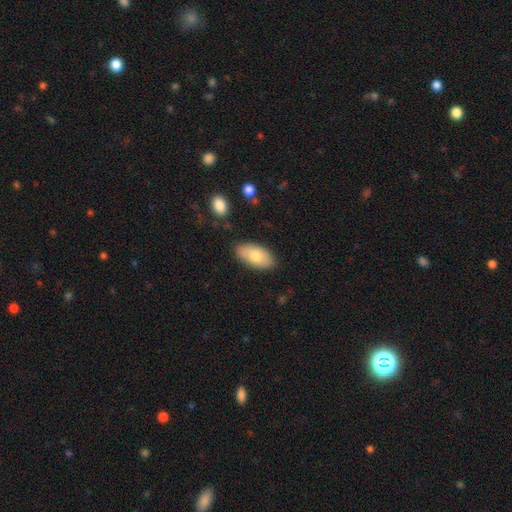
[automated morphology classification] Smooth or featured?
  - smooth: 75% *
  - featured or disk: 19%
  - star or artifact: 6%
How rounded?
  - in between: 93% *
  - cigar-shaped: 4%
  - round: 3%
Merging?
  - none: 83% *
  - minor disturbance: 13%
  - major disturbance: 3%
  - merger: 2%